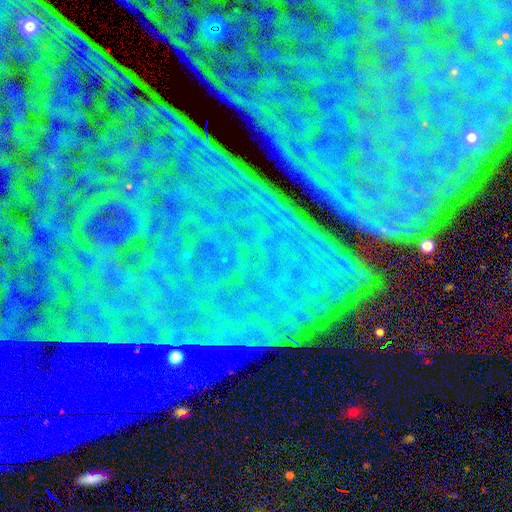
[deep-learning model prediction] A star or artifact, not a galaxy (86%).

Vote fractions:
- Smooth or featured? star or artifact: 86% / featured or disk: 8% / smooth: 6%